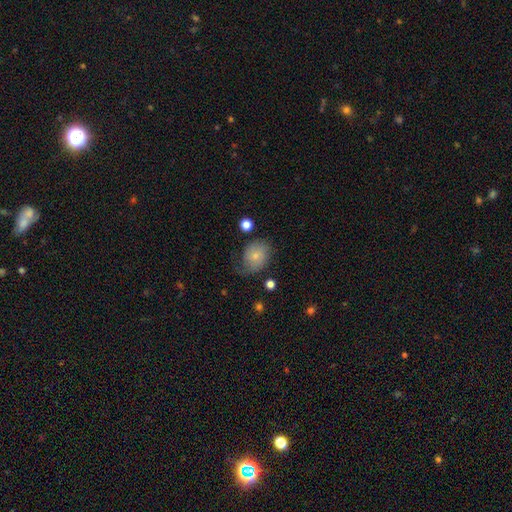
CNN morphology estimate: Overall: smooth (70%). How rounded: round (52%; in between 48%). Merging: none (53%; minor disturbance 30%).